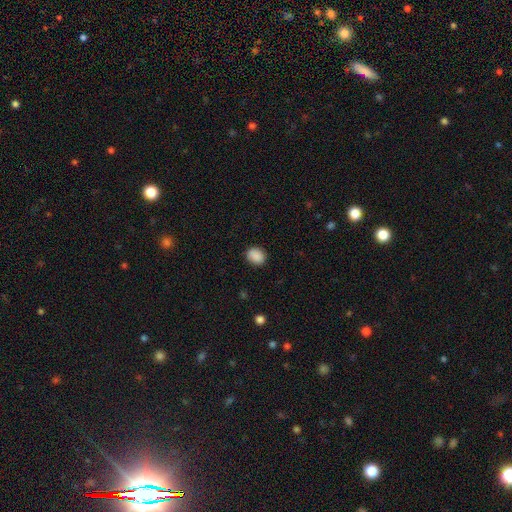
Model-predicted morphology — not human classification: This is clearly a smooth galaxy (89%). How rounded: possibly round (50%). Merging: clearly none (87%).